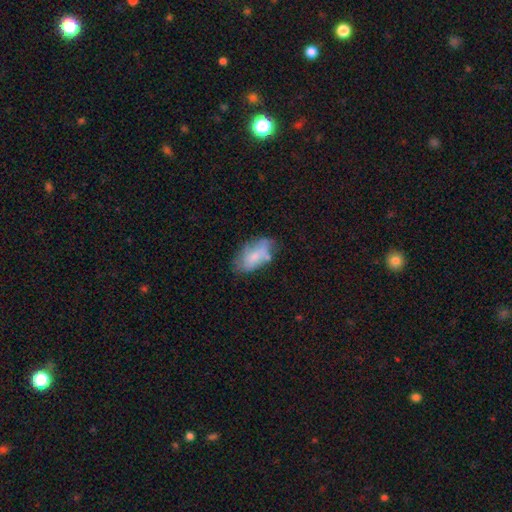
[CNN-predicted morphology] The model was most divided on "merging": none: 47%, minor disturbance: 31%, major disturbance: 12%, merger: 10%. More confident: how rounded — in between (92%); smooth or featured — smooth (65%).